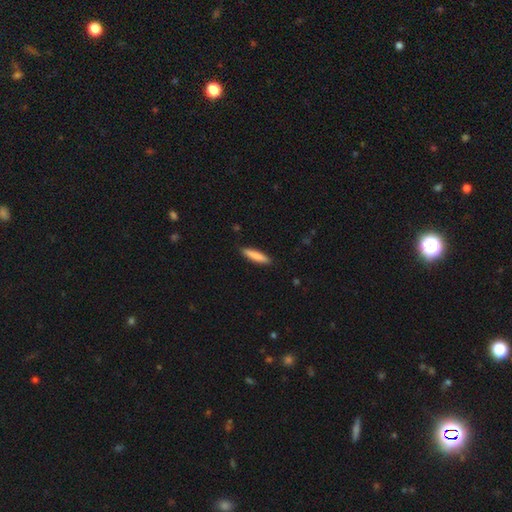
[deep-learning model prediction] Q: Smooth or featured?
A: smooth (85%); runner-up: featured or disk (10%)
Q: How rounded?
A: cigar-shaped (83%); runner-up: in between (16%)
Q: Merging?
A: none (89%); runner-up: minor disturbance (8%)